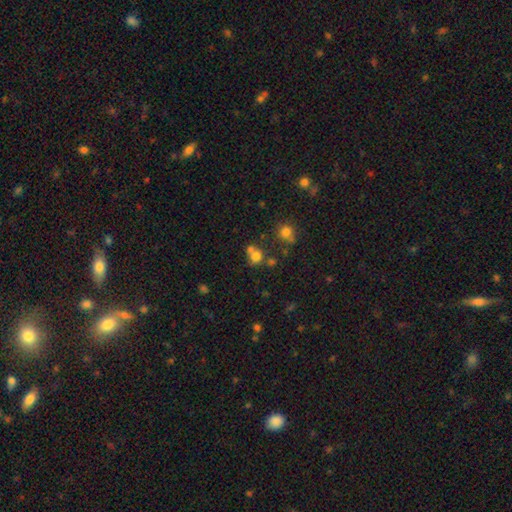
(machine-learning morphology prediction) A smooth galaxy with no disk features (72%) that is round (76%). Merging: none (45%).